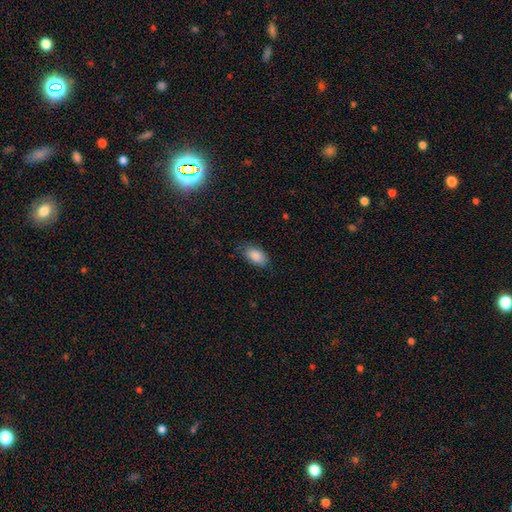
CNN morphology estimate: smooth 88%, star or artifact 7%, featured or disk 5%. Down the decision tree: how rounded — in between (93%); merging — none (79%).